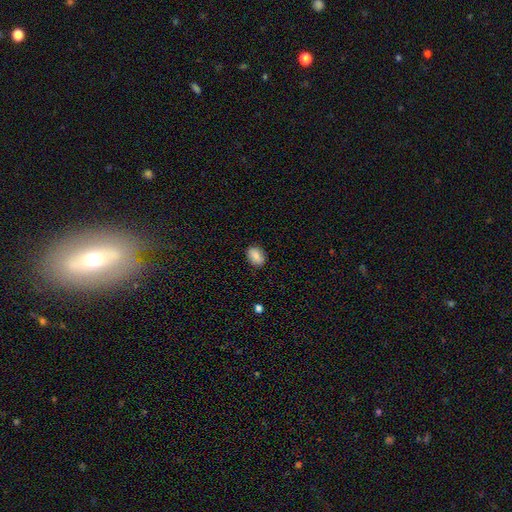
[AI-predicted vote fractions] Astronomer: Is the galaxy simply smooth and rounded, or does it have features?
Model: smooth — 82%.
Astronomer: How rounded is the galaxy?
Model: in between — 74%.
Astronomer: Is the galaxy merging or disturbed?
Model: none — 85%.